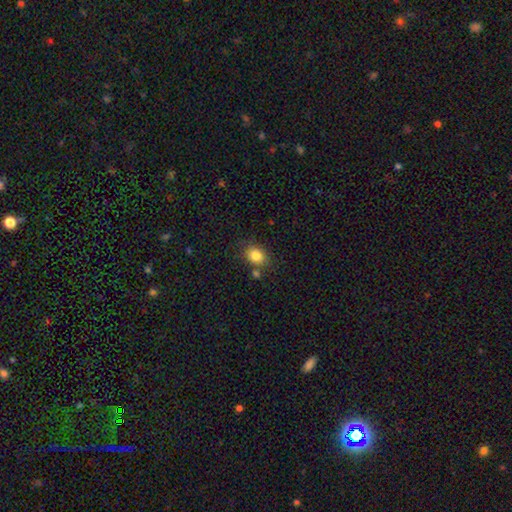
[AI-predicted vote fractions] This is clearly a smooth galaxy (84%). How rounded: possibly in between (50%). Merging: likely none (73%).